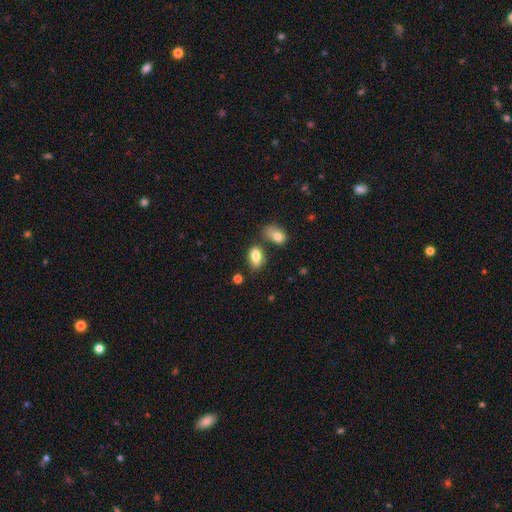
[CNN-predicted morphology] smooth 81%, featured or disk 11%, star or artifact 8%. Down the decision tree: how rounded — in between (88%); merging — none (59%).